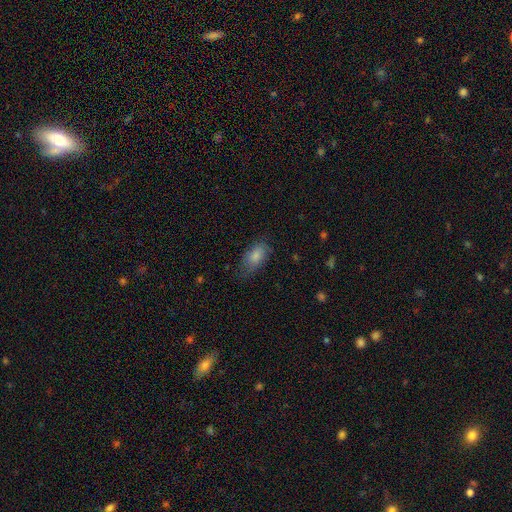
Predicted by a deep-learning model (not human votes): Smooth or featured: smooth — 81% (featured or disk — 12%)
How rounded: in between — 91% (cigar-shaped — 4%)
Merging: none — 64% (minor disturbance — 26%)